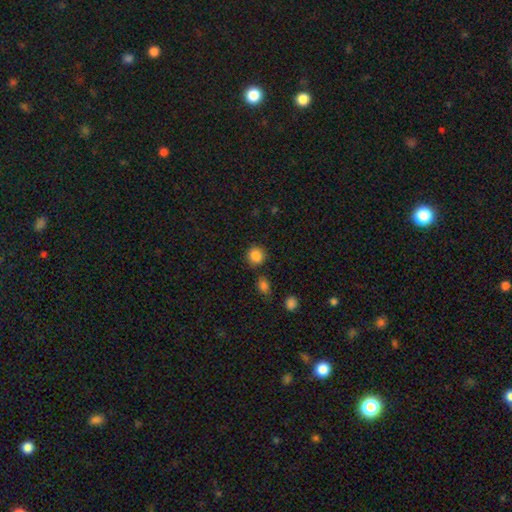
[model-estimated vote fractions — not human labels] Smooth or featured: smooth — 87% (star or artifact — 10%)
How rounded: round — 88% (in between — 11%)
Merging: none — 84% (minor disturbance — 8%)